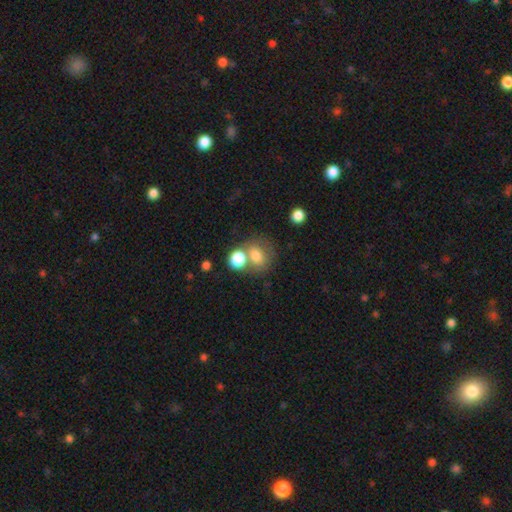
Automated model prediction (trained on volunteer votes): The model was most divided on "merging": none: 43%, merger: 38%, minor disturbance: 12%, major disturbance: 6%. More confident: smooth or featured — smooth (74%); how rounded — round (58%).